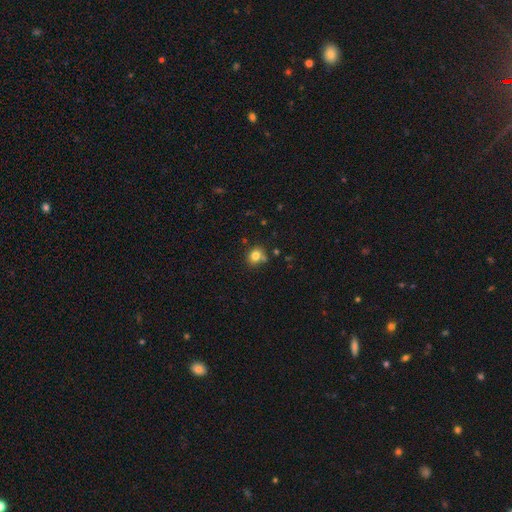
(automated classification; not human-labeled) A smooth galaxy with no disk features (80%) that is round (73%).

Vote fractions:
- Smooth or featured? smooth: 80% / star or artifact: 12% / featured or disk: 8%
- How rounded? round: 73% / in between: 26% / cigar-shaped: 1%
- Merging? none: 67% / minor disturbance: 16% / merger: 13% / major disturbance: 4%